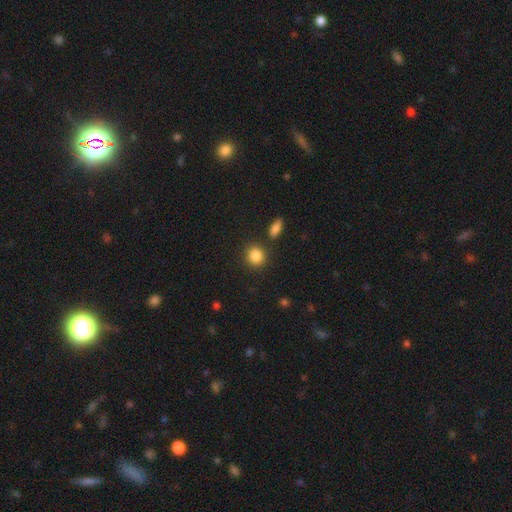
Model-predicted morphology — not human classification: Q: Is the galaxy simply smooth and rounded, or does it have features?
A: smooth — 87%.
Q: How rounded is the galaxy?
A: round — 78%.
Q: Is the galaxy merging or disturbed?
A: none — 84%.